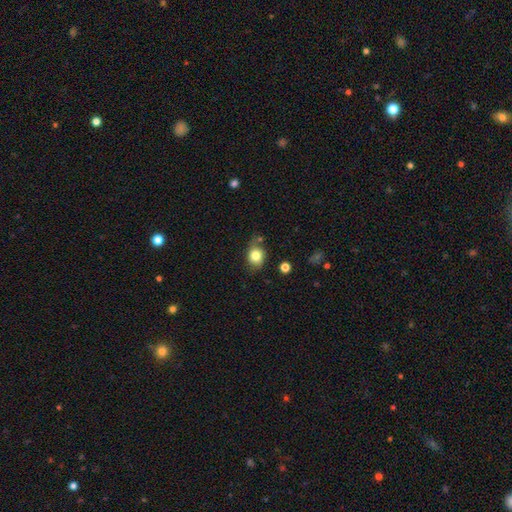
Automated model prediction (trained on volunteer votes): Smooth or featured?
  - smooth: 80% *
  - featured or disk: 10%
  - star or artifact: 9%
How rounded?
  - round: 54% *
  - in between: 45%
  - cigar-shaped: 1%
Merging?
  - none: 58% *
  - minor disturbance: 27%
  - major disturbance: 8%
  - merger: 7%